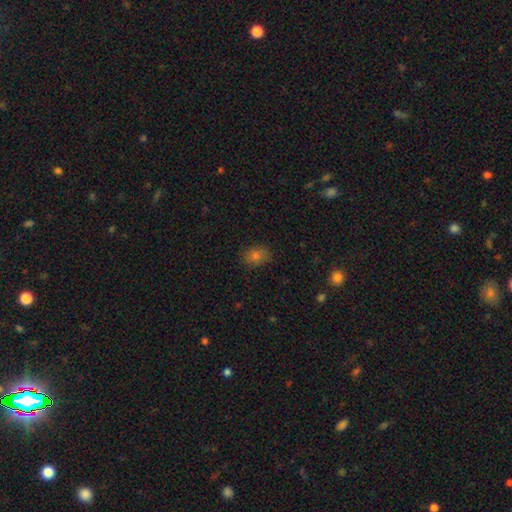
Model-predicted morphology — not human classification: smooth_or_featured: smooth (p=0.75) [alt: star or artifact p=0.17]
how_rounded: in between (p=0.54) [alt: round p=0.45]
merging: none (p=0.84) [alt: minor disturbance p=0.12]